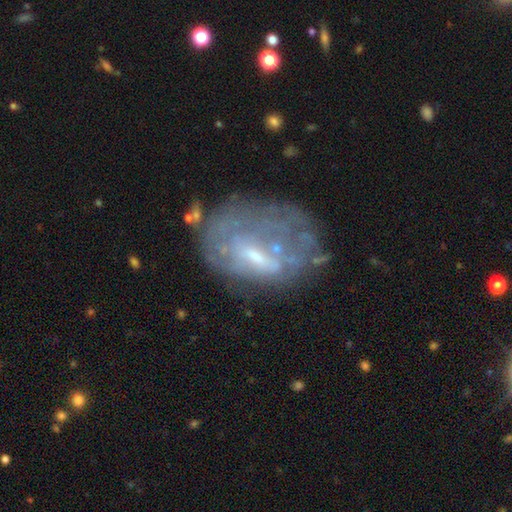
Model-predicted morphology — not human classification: Smooth or featured?
  - featured or disk: 61% *
  - smooth: 28%
  - star or artifact: 11%
Edge-on disk?
  - no: 95% *
  - yes: 5%
Bar?
  - weak: 42% *
  - no: 41%
  - strong: 17%
Spiral arms?
  - no: 74% *
  - yes: 26%
Bulge size?
  - small: 48% *
  - moderate: 35%
  - none: 13%
  - large: 3%
  - dominant: 1%
Merging?
  - none: 44% *
  - major disturbance: 26%
  - minor disturbance: 24%
  - merger: 7%